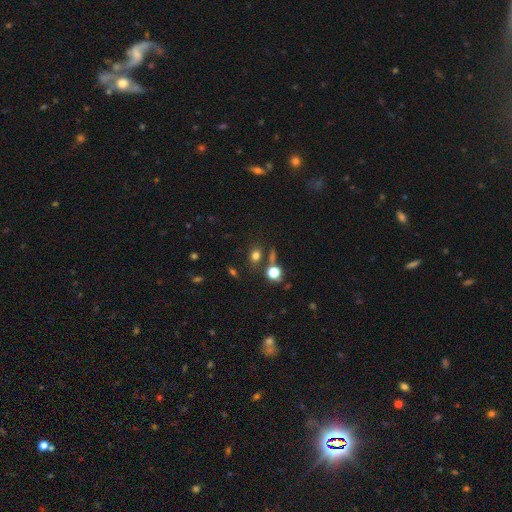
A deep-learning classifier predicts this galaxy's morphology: Smooth or featured? Predicted: smooth (p=0.73). How rounded? Predicted: in between (p=0.50). Merging? Predicted: none (p=0.70).